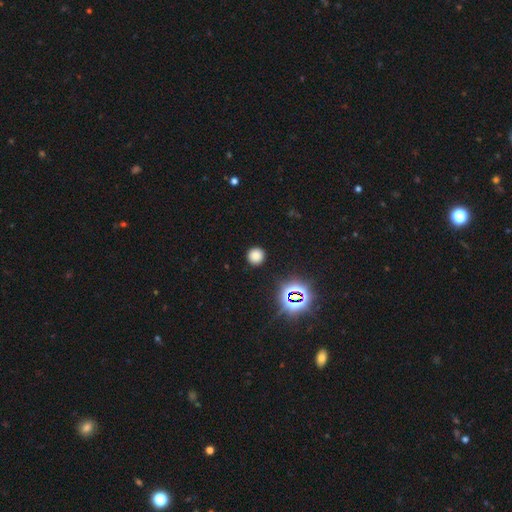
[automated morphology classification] smooth 75%, star or artifact 20%, featured or disk 5%. Down the decision tree: how rounded — round (94%); merging — none (91%).